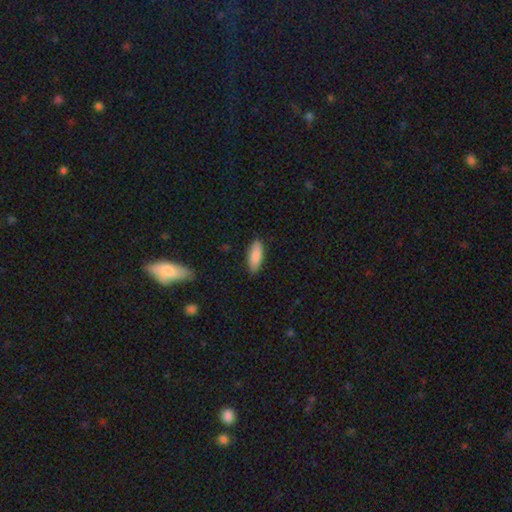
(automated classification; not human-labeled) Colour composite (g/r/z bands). It shows a smooth galaxy with no disk features (88%) that is in between round and cigar-shaped (73%). Merging: none (84%).